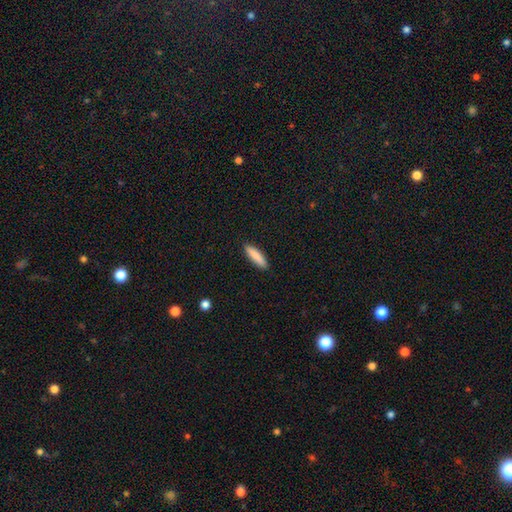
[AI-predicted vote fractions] smooth-or-featured: smooth: 87% | featured or disk: 8% | star or artifact: 6%
  how-rounded: cigar-shaped: 74% | in between: 24% | round: 1%
  merging: none: 90% | minor disturbance: 7% | major disturbance: 2% | merger: 1%